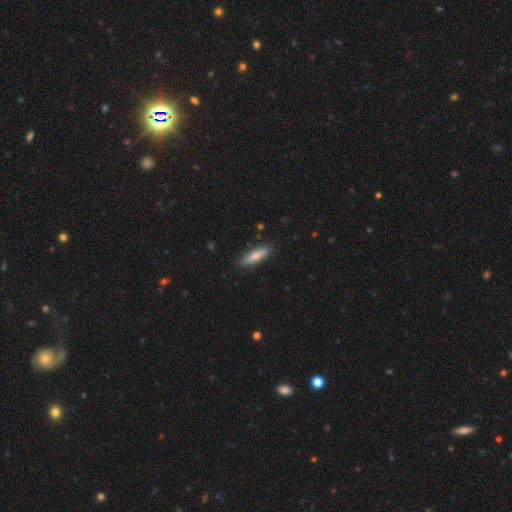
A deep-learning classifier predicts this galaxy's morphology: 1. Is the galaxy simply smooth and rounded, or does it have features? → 77% smooth, 17% featured or disk, 6% star or artifact.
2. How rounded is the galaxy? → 67% cigar-shaped, 32% in between, 2% round.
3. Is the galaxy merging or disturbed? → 86% none, 11% minor disturbance, 2% major disturbance, 1% merger.